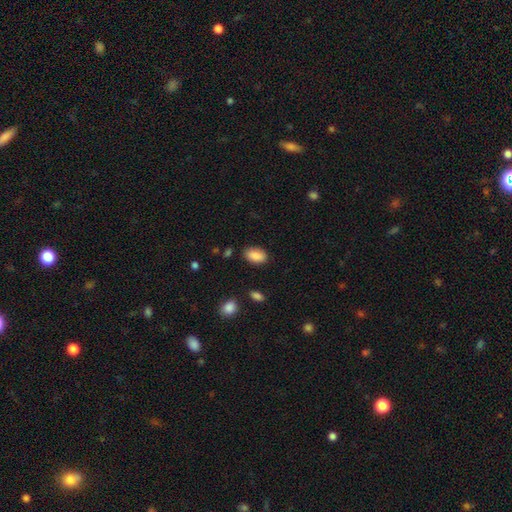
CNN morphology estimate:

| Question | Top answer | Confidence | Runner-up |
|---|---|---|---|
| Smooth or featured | smooth | 89% | star or artifact (7%) |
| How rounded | in between | 91% | round (8%) |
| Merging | none | 84% | minor disturbance (11%) |